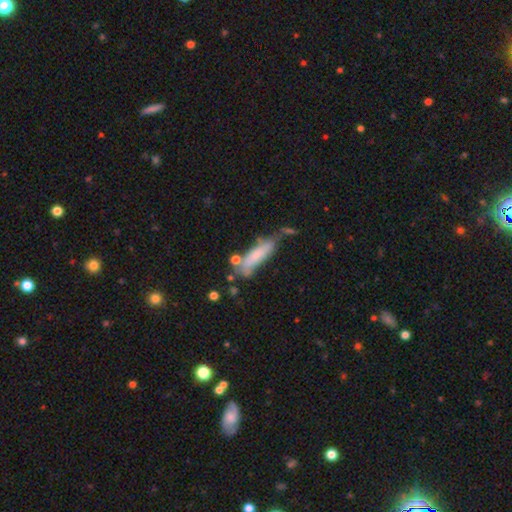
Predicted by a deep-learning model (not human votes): Smooth or featured?
  - smooth: 69% *
  - featured or disk: 24%
  - star or artifact: 8%
How rounded?
  - cigar-shaped: 65% *
  - in between: 33%
  - round: 2%
Merging?
  - none: 44% *
  - minor disturbance: 28%
  - merger: 15%
  - major disturbance: 14%